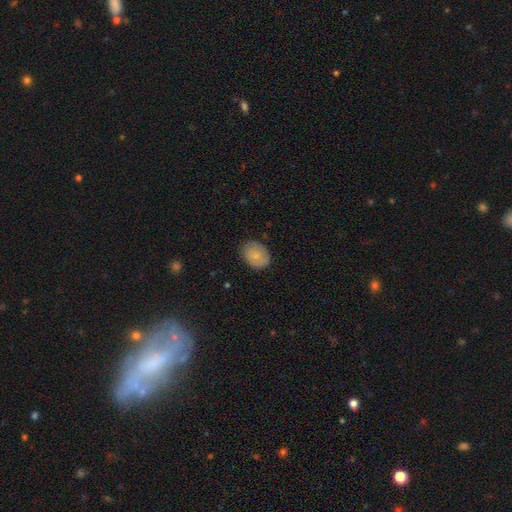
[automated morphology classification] Smooth or featured?
  - smooth: 78% *
  - featured or disk: 15%
  - star or artifact: 7%
How rounded?
  - in between: 65% *
  - round: 34%
  - cigar-shaped: 1%
Merging?
  - none: 80% *
  - minor disturbance: 16%
  - major disturbance: 3%
  - merger: 1%